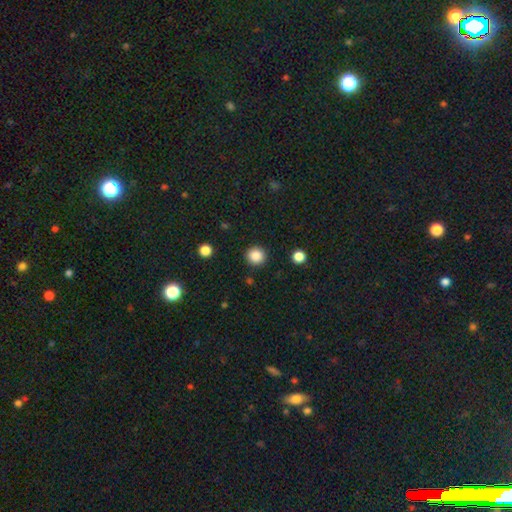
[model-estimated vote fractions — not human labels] smooth 86%, star or artifact 11%, featured or disk 3%. Down the decision tree: how rounded — round (93%); merging — none (91%).